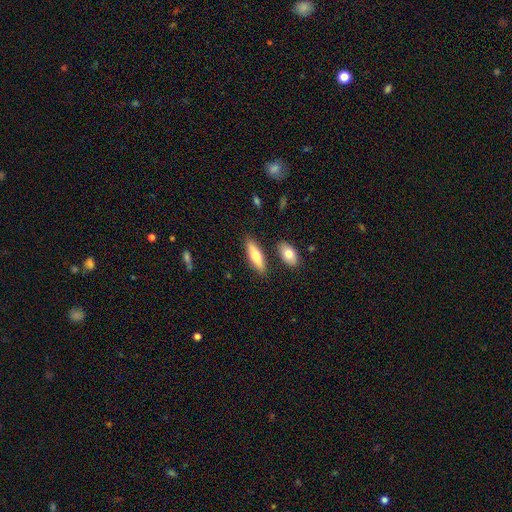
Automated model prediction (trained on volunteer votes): A smooth galaxy with no disk features (69%) that is cigar-shaped (52%). Merging: none (82%).